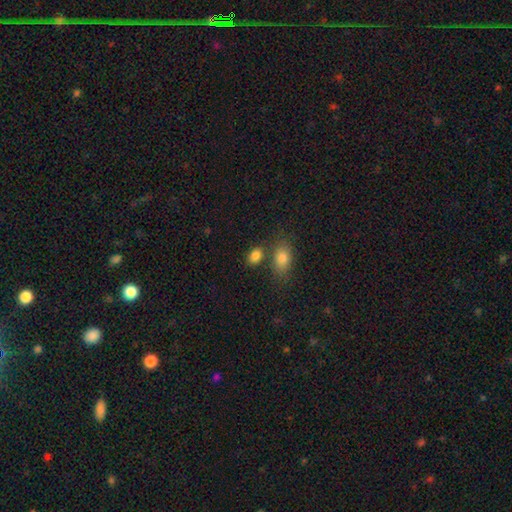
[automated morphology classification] This appears to be a smooth galaxy with no disk features (84%) that is in between round and cigar-shaped (82%). Merging: none (65%).